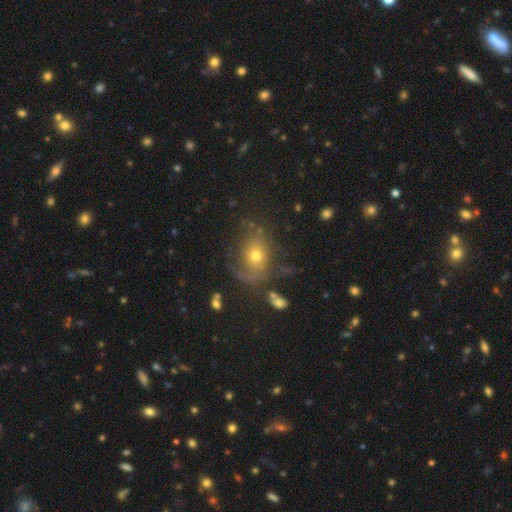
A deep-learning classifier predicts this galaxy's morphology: This is marginally a smooth galaxy (45%). Merging: possibly none (55%).